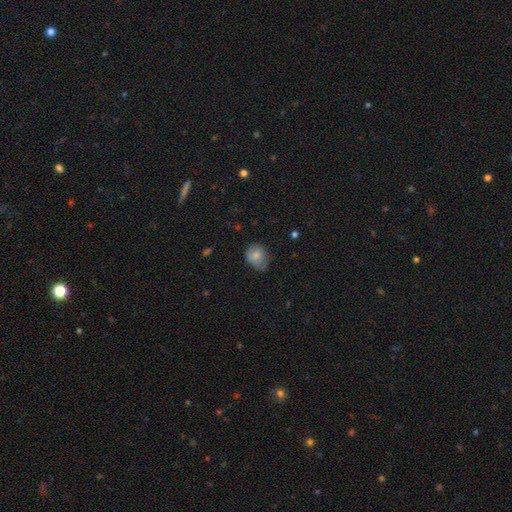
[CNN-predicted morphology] The model was most divided on "merging": none: 47%, minor disturbance: 40%, major disturbance: 11%, merger: 2%. More confident: smooth or featured — smooth (79%); how rounded — round (64%).